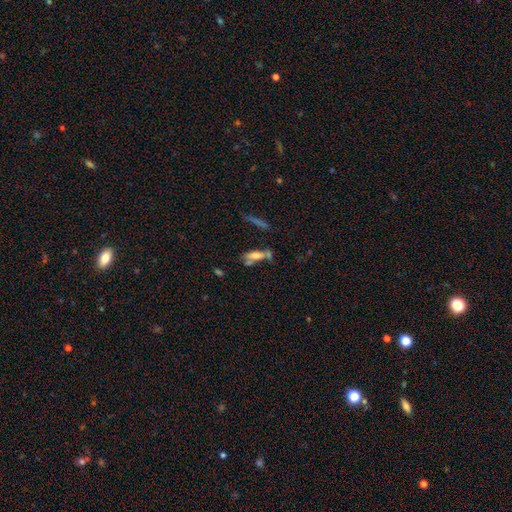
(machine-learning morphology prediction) Smooth or featured: smooth — 58% (featured or disk — 29%)
How rounded: in between — 51% (cigar-shaped — 46%)
Merging: none — 36% (merger — 31%)